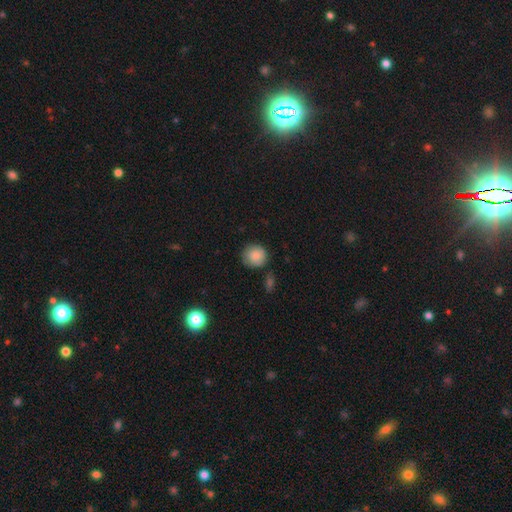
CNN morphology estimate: Smooth or featured?
  - smooth: 85% *
  - star or artifact: 8%
  - featured or disk: 7%
How rounded?
  - round: 88% *
  - in between: 11%
  - cigar-shaped: 1%
Merging?
  - none: 74% *
  - minor disturbance: 18%
  - merger: 4%
  - major disturbance: 4%